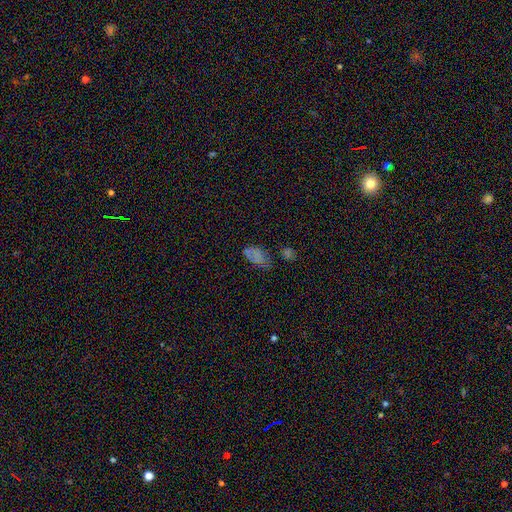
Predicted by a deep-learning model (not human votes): Overall: smooth (57%; star or artifact 29%). How rounded: in between (89%). Merging: none (52%; minor disturbance 27%).